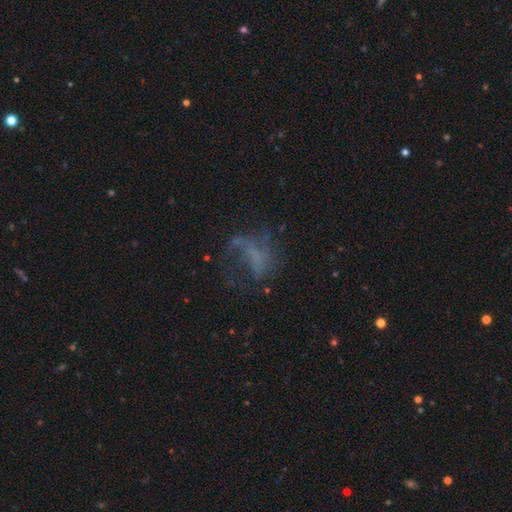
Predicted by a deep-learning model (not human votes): Smooth or featured?
  - featured or disk: 53% *
  - smooth: 24%
  - star or artifact: 22%
Edge-on disk?
  - no: 96% *
  - yes: 4%
Bar?
  - no: 67% *
  - weak: 22%
  - strong: 11%
Spiral arms?
  - no: 59% *
  - yes: 41%
Bulge size?
  - none: 77% *
  - small: 13%
  - moderate: 6%
  - large: 3%
  - dominant: 1%
Merging?
  - major disturbance: 40% *
  - none: 39%
  - minor disturbance: 17%
  - merger: 4%